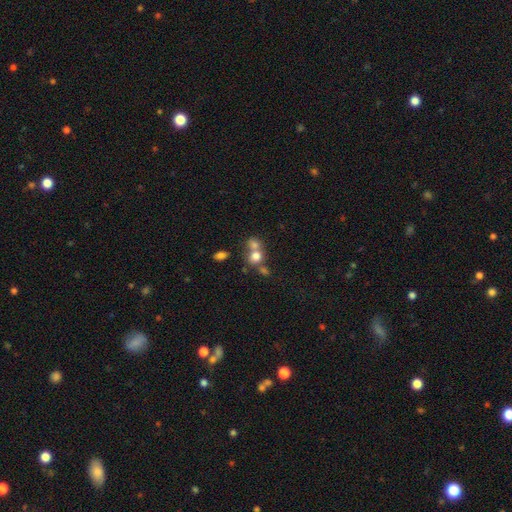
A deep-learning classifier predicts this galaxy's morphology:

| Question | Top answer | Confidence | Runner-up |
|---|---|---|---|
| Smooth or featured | smooth | 75% | featured or disk (13%) |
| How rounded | round | 71% | in between (28%) |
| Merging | merger | 52% | none (36%) |